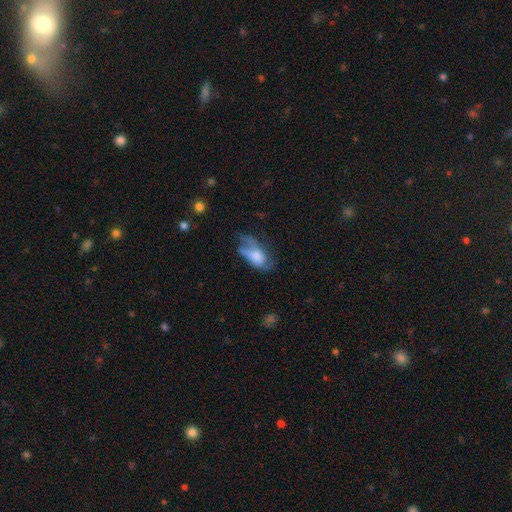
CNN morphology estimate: Overall: smooth (56%; featured or disk 35%). How rounded: in between (87%). Merging: major disturbance (41%; minor disturbance 27%).